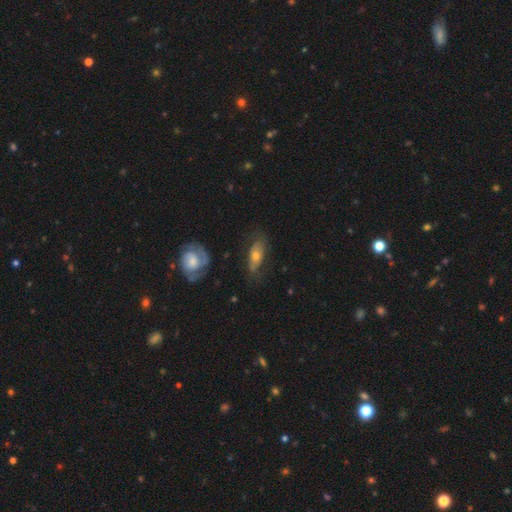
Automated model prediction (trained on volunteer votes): A featured or disk galaxy (52%).

Vote fractions:
- Smooth or featured? featured or disk: 52% / smooth: 39% / star or artifact: 9%
- Edge-on disk? no: 81% / yes: 19%
- Merging? none: 65% / minor disturbance: 21% / major disturbance: 11% / merger: 3%